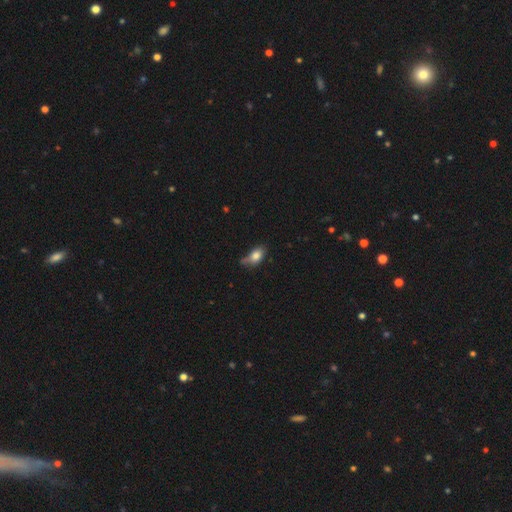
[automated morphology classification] A smooth galaxy with no disk features (79%) that is in between round and cigar-shaped (84%).

Vote fractions:
- Smooth or featured? smooth: 79% / featured or disk: 12% / star or artifact: 9%
- How rounded? in between: 84% / round: 10% / cigar-shaped: 5%
- Merging? none: 44% / minor disturbance: 37% / major disturbance: 11% / merger: 8%